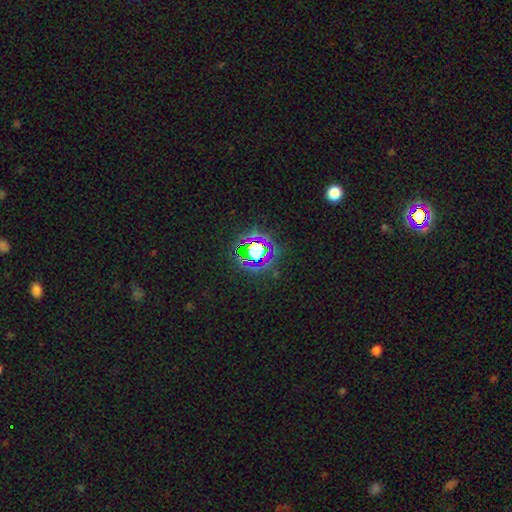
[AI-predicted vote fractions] Smooth or featured? star or artifact (60%)